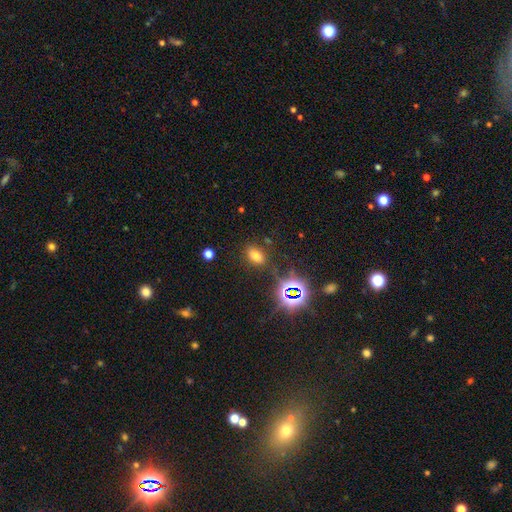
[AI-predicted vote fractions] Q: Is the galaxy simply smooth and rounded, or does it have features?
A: smooth — 64%.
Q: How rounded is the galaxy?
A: in between — 84%.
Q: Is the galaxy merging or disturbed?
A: none — 81%.